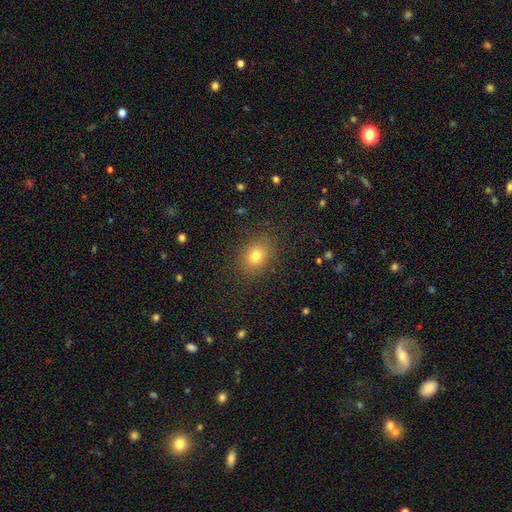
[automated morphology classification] Smooth or featured?
  - smooth: 76% *
  - star or artifact: 14%
  - featured or disk: 10%
How rounded?
  - in between: 55% *
  - round: 44%
  - cigar-shaped: 1%
Merging?
  - none: 84% *
  - minor disturbance: 10%
  - major disturbance: 4%
  - merger: 1%